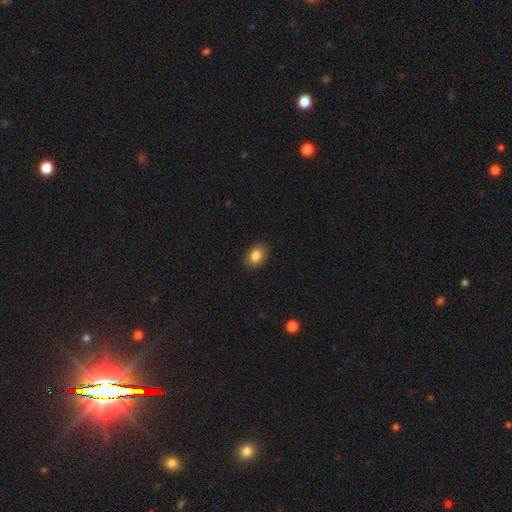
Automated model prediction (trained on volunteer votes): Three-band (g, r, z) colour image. It shows a smooth galaxy with no disk features (85%) that is in between round and cigar-shaped (77%). Merging: none (88%).